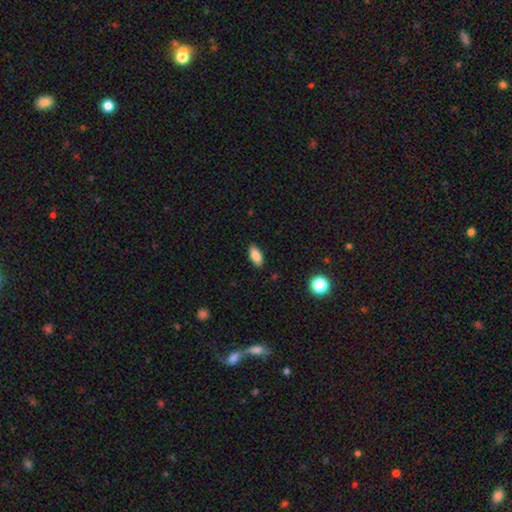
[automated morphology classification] Smooth or featured? smooth (85%)
How rounded? in between (89%)
Merging? none (88%)